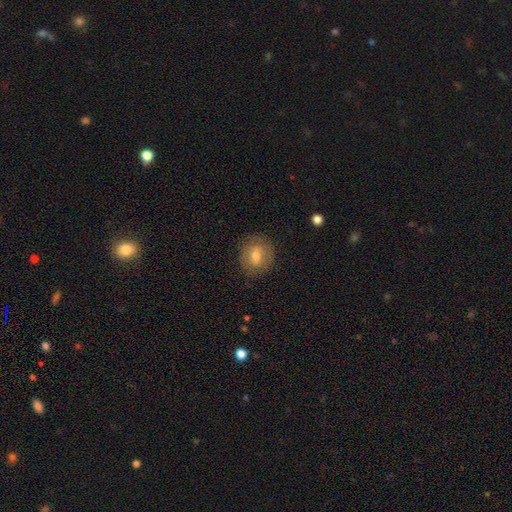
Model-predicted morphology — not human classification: Q: Smooth or featured?
A: smooth (63%); runner-up: featured or disk (29%)
Q: How rounded?
A: round (72%); runner-up: in between (27%)
Q: Merging?
A: none (83%); runner-up: minor disturbance (12%)